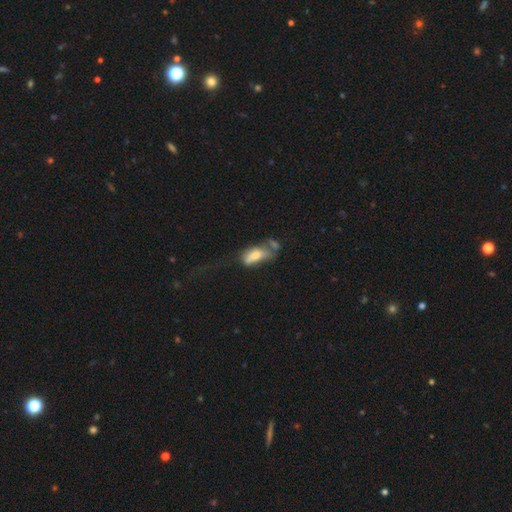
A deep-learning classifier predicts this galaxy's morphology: Smooth or featured?
  - smooth: 63% *
  - featured or disk: 27%
  - star or artifact: 10%
How rounded?
  - in between: 79% *
  - cigar-shaped: 18%
  - round: 3%
Merging?
  - merger: 31% *
  - major disturbance: 30%
  - none: 20%
  - minor disturbance: 19%